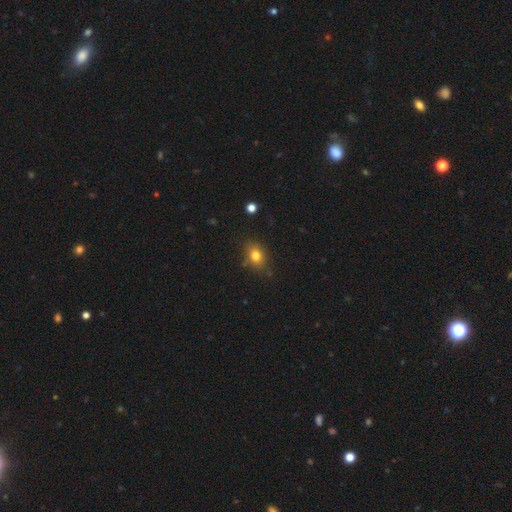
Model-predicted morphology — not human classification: A smooth galaxy with no disk features (79%) that is in between round and cigar-shaped (58%).

Vote fractions:
- Smooth or featured? smooth: 79% / star or artifact: 12% / featured or disk: 9%
- How rounded? in between: 58% / round: 41% / cigar-shaped: 2%
- Merging? none: 77% / minor disturbance: 17% / major disturbance: 4% / merger: 3%